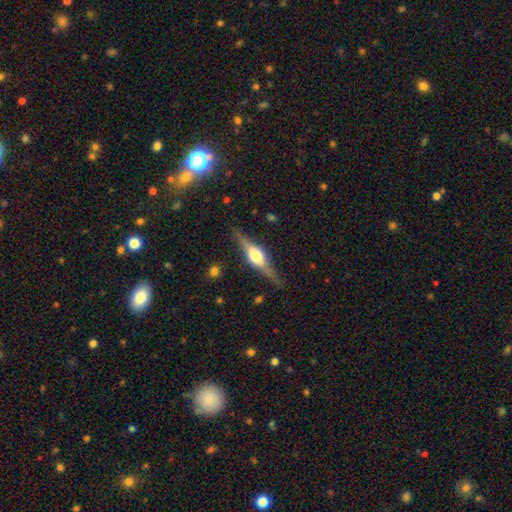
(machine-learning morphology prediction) smooth_or_featured: featured or disk (p=0.79) [alt: smooth p=0.16]
disk_edge_on: yes (p=0.97) [alt: no p=0.03]
edge_on_bulge: rounded (p=0.85) [alt: boxy p=0.13]
merging: none (p=0.85) [alt: minor disturbance p=0.11]